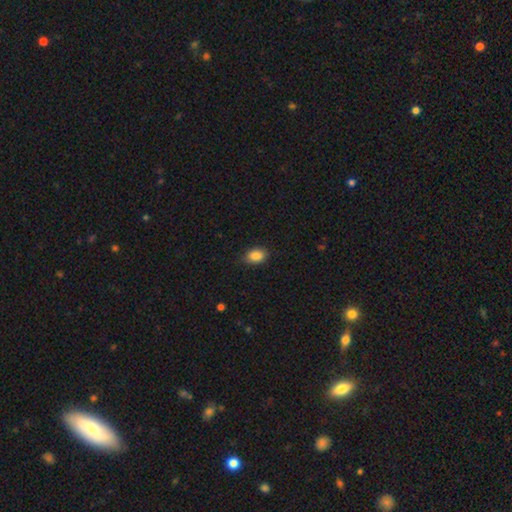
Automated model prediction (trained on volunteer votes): Q: Smooth or featured?
A: smooth (87%); runner-up: star or artifact (8%)
Q: How rounded?
A: in between (84%); runner-up: round (14%)
Q: Merging?
A: none (83%); runner-up: minor disturbance (13%)